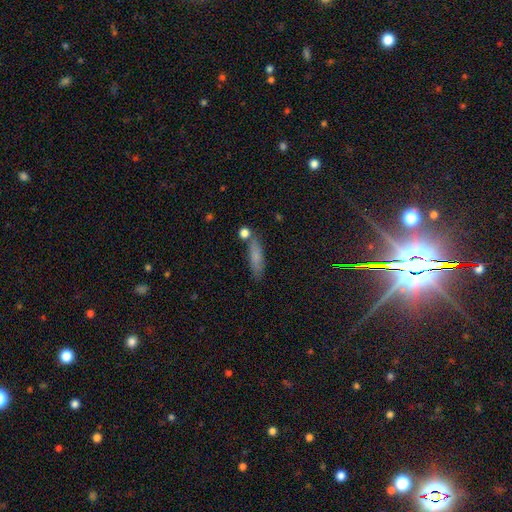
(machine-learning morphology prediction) The model was most divided on "how rounded": cigar-shaped: 63%, in between: 33%, round: 4%. More confident: smooth or featured — smooth (72%); merging — none (71%).